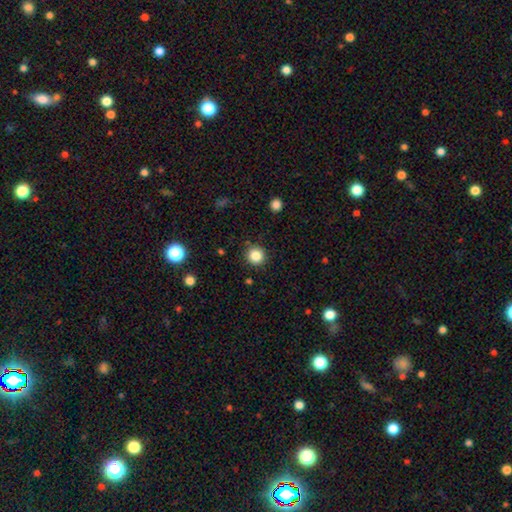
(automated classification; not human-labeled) smooth_or_featured: smooth (p=0.84) [alt: star or artifact p=0.11]
how_rounded: round (p=0.94) [alt: in between p=0.05]
merging: none (p=0.90) [alt: minor disturbance p=0.06]